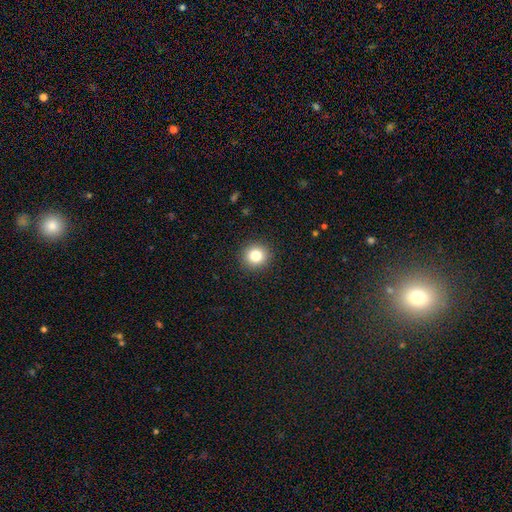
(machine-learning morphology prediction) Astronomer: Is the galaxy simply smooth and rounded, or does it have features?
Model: smooth — 82%.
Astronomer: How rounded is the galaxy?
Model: round — 92%.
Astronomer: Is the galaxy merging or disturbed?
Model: none — 92%.